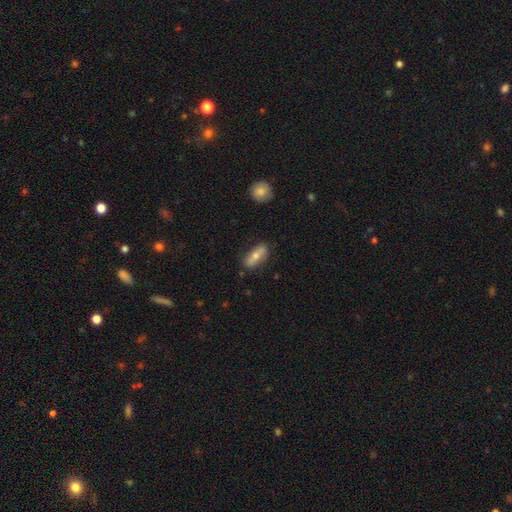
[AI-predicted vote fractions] smooth 60%, featured or disk 34%, star or artifact 7%. Down the decision tree: how rounded — in between (69%); merging — none (81%).